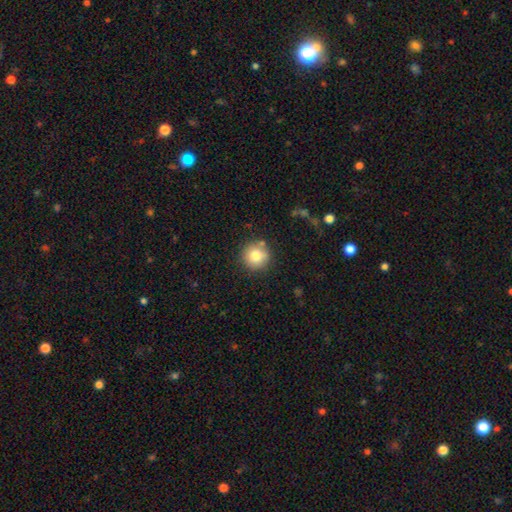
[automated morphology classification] smooth-or-featured: smooth: 79% | featured or disk: 11% | star or artifact: 10%
  how-rounded: round: 94% | in between: 5% | cigar-shaped: 1%
  merging: none: 84% | minor disturbance: 9% | merger: 4% | major disturbance: 3%